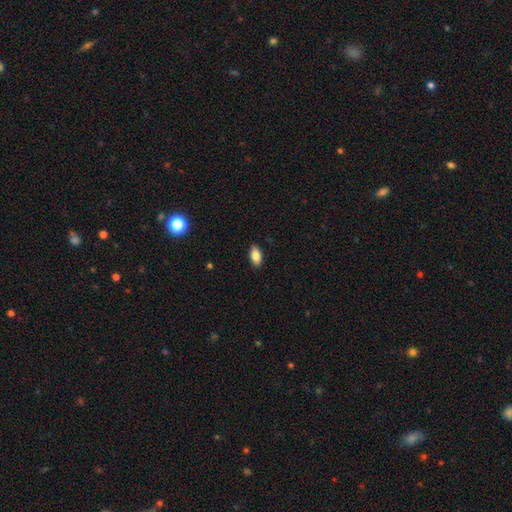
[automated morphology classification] A smooth galaxy with no disk features (83%) that is in between round and cigar-shaped (91%). Merging: none (89%).